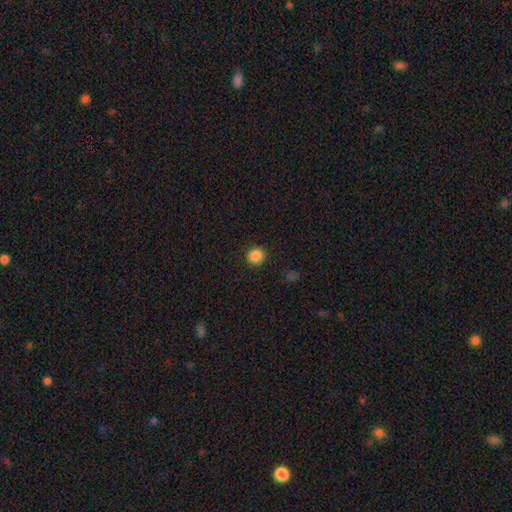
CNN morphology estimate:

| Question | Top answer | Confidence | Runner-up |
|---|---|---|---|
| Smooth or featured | smooth | 87% | star or artifact (10%) |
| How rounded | round | 90% | in between (9%) |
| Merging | none | 91% | minor disturbance (6%) |